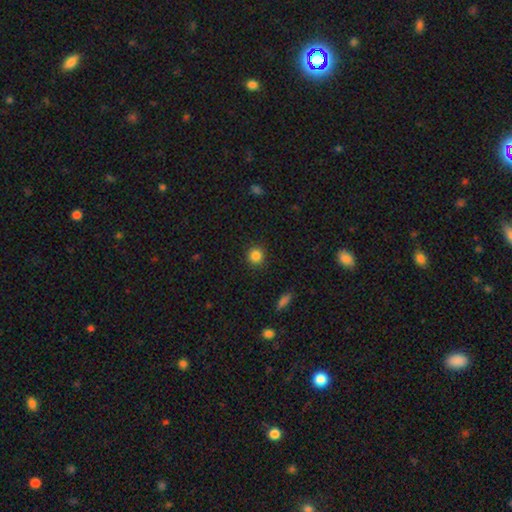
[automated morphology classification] smooth_or_featured: smooth (p=0.85) [alt: star or artifact p=0.11]
how_rounded: round (p=0.92) [alt: in between p=0.07]
merging: none (p=0.91) [alt: minor disturbance p=0.06]